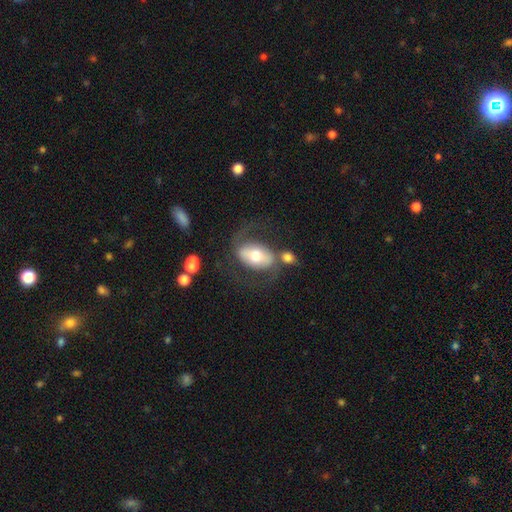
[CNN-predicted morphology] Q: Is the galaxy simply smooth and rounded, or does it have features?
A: featured or disk — 55%.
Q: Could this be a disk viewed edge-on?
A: no — 92%.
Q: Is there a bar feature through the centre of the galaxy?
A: strong — 37%.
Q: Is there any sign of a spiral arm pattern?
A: yes — 59%.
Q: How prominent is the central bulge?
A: moderate — 67%.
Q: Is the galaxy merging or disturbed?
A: none — 54%.